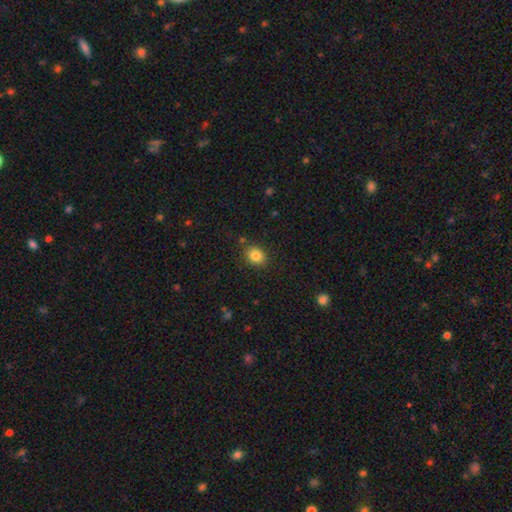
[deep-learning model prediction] Q: Smooth or featured?
A: smooth (84%); runner-up: star or artifact (10%)
Q: How rounded?
A: round (53%); runner-up: in between (47%)
Q: Merging?
A: none (86%); runner-up: minor disturbance (9%)